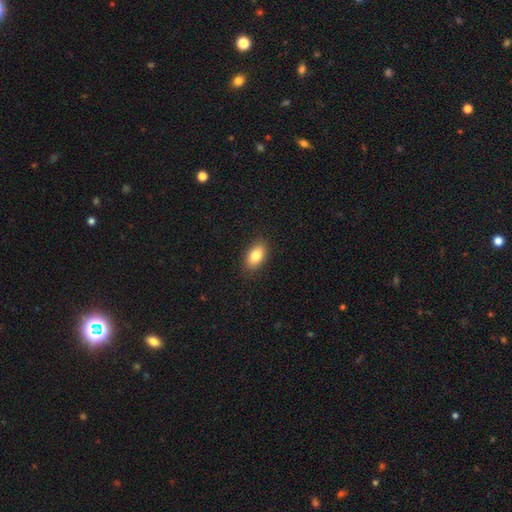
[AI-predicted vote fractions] Morphology: type=smooth (84%); roundness=in between (91%); merging=none (88%).